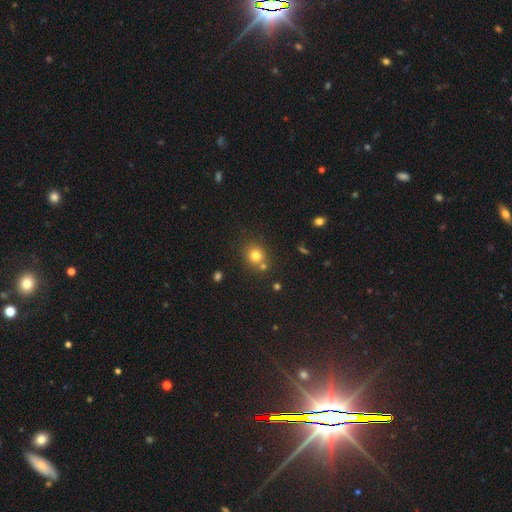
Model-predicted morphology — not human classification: A smooth galaxy with no disk features (77%) that is round (83%). Merging: none (66%).